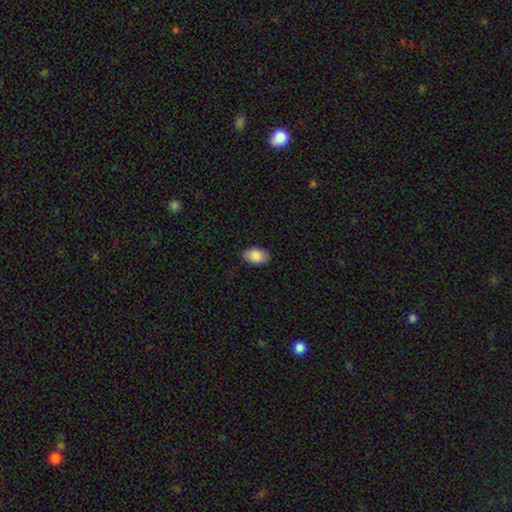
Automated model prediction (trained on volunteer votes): Overall: smooth (88%). How rounded: in between (92%). Merging: none (85%).